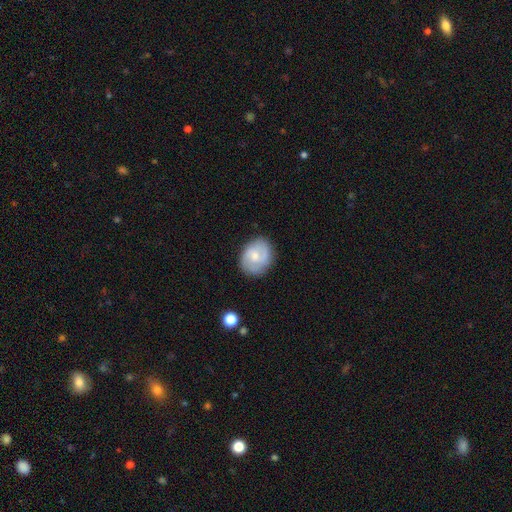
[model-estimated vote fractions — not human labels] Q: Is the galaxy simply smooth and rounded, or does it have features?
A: featured or disk — 48%.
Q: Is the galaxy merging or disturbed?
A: none — 79%.